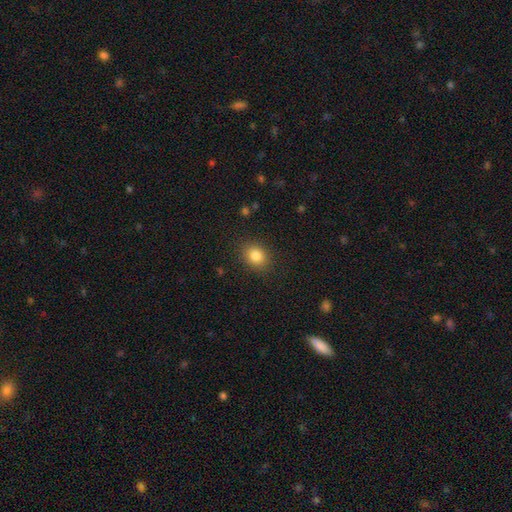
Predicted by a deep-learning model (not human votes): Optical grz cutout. It shows a smooth galaxy with no disk features (84%) that is round (56%). Merging: none (87%).